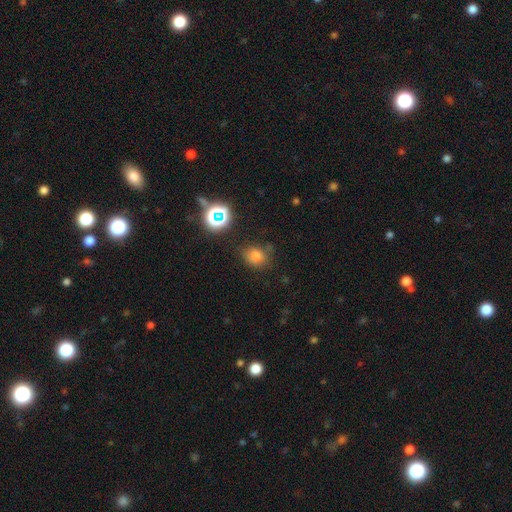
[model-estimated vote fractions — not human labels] A smooth galaxy with no disk features (71%) that is round (64%). Merging: none (71%).